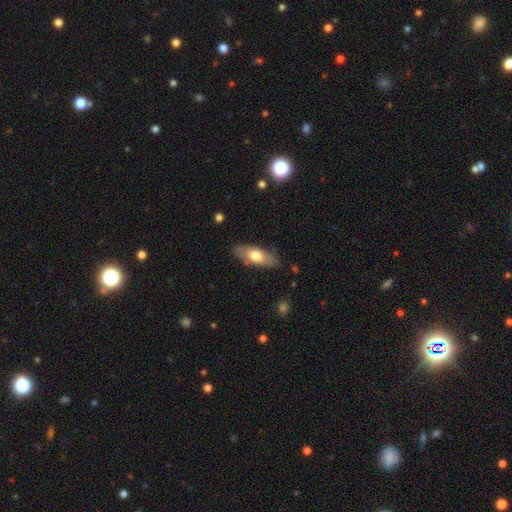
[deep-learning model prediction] A smooth galaxy with no disk features (66%) that is in between round and cigar-shaped (71%).

Vote fractions:
- Smooth or featured? smooth: 66% / featured or disk: 29% / star or artifact: 6%
- How rounded? in between: 71% / cigar-shaped: 26% / round: 3%
- Merging? none: 83% / minor disturbance: 13% / major disturbance: 3% / merger: 2%